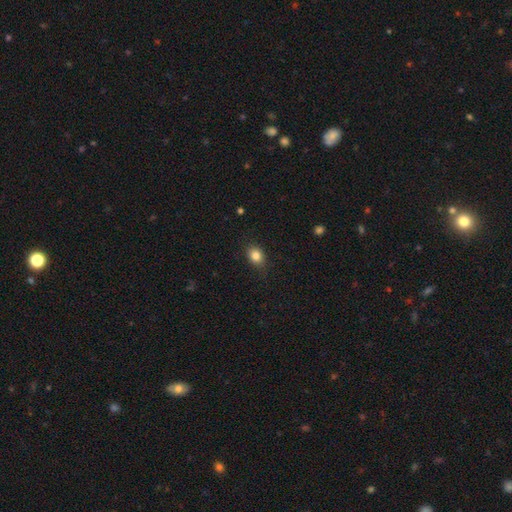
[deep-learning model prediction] Q: Smooth or featured?
A: smooth (84%); runner-up: star or artifact (10%)
Q: How rounded?
A: in between (56%); runner-up: round (43%)
Q: Merging?
A: none (83%); runner-up: minor disturbance (13%)